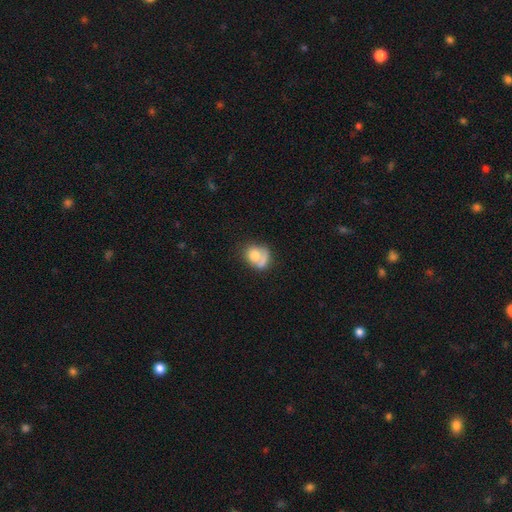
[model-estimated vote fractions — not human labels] Smooth or featured? Predicted: smooth (p=0.67). How rounded? Predicted: round (p=0.59). Merging? Predicted: none (p=0.35).